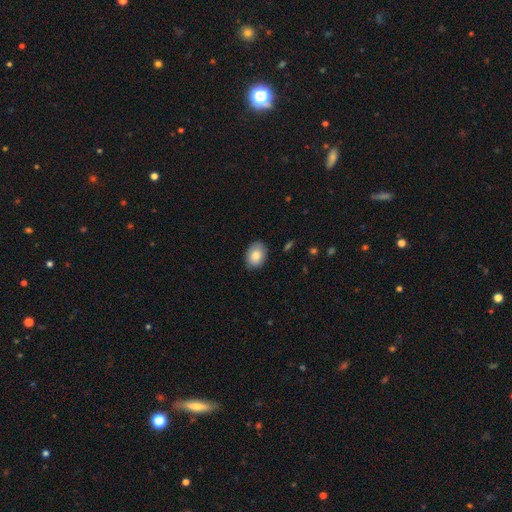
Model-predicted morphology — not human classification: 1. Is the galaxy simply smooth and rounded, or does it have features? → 80% smooth, 13% featured or disk, 7% star or artifact.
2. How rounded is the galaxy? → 71% in between, 28% round, 1% cigar-shaped.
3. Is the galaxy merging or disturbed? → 84% none, 13% minor disturbance, 2% major disturbance, 1% merger.